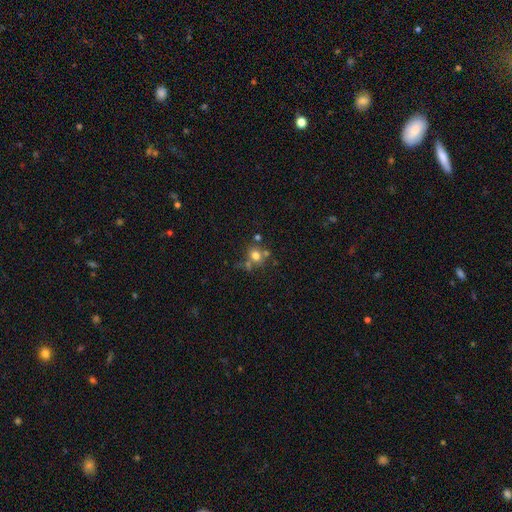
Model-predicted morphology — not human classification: This appears to be a smooth galaxy with no disk features (70%) that is round (72%). Merging: none (54%).